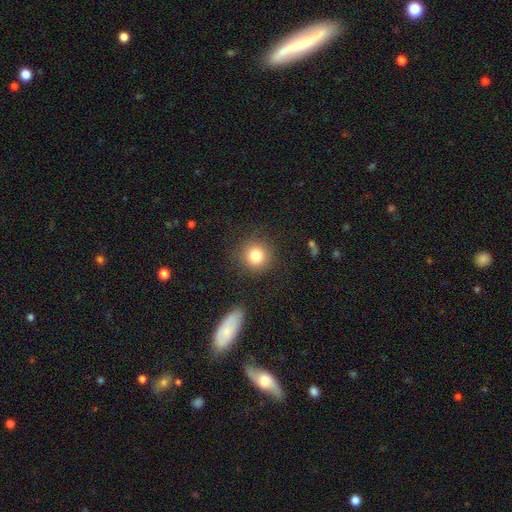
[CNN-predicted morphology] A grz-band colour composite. It shows a smooth galaxy with no disk features (81%) that is round (92%). Merging: none (87%).